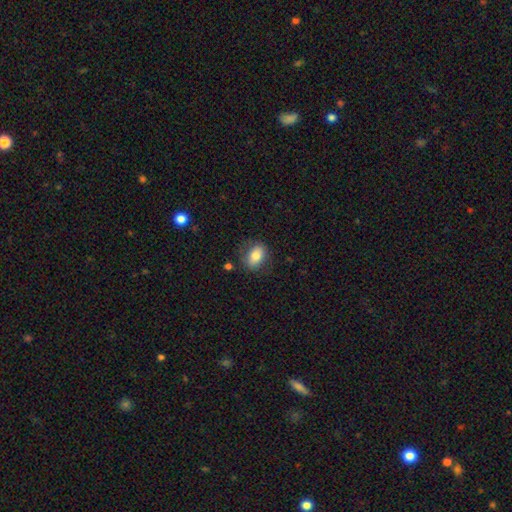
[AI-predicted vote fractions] Morphology: type=smooth (79%); roundness=in between (76%); merging=none (76%).